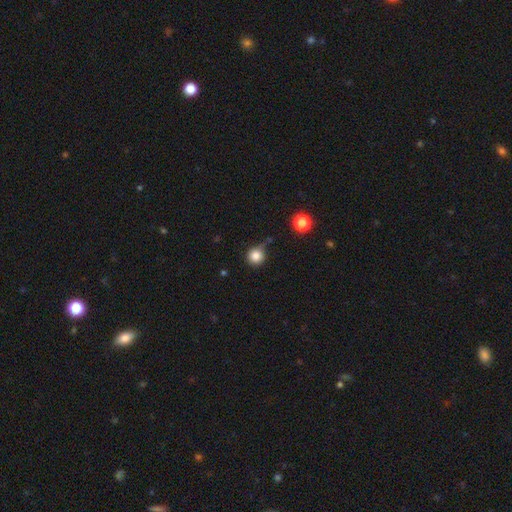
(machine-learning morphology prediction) The model was most divided on "merging": none: 68%, minor disturbance: 20%, merger: 7%, major disturbance: 5%. More confident: how rounded — round (94%); smooth or featured — smooth (83%).